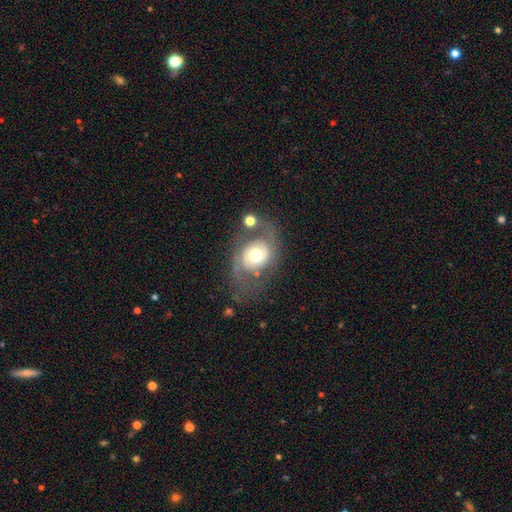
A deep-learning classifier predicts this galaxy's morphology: Smooth or featured?
  - featured or disk: 62% *
  - smooth: 31%
  - star or artifact: 7%
Edge-on disk?
  - no: 95% *
  - yes: 5%
Bar?
  - no: 77% *
  - weak: 18%
  - strong: 5%
Spiral arms?
  - yes: 56% *
  - no: 44%
Bulge size?
  - moderate: 61% *
  - large: 30%
  - small: 5%
  - dominant: 3%
  - none: 1%
Merging?
  - none: 53% *
  - minor disturbance: 20%
  - major disturbance: 18%
  - merger: 9%